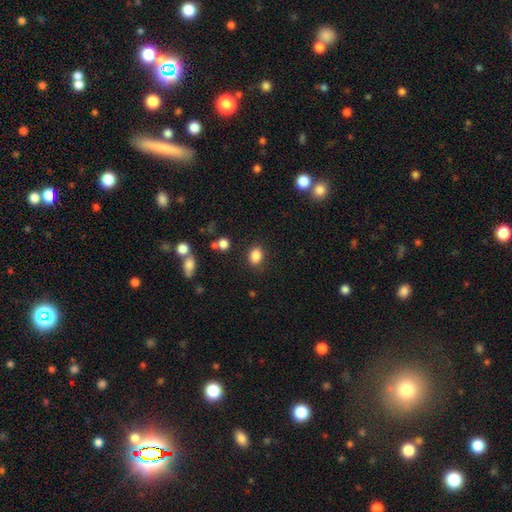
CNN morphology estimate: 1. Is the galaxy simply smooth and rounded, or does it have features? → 86% smooth, 10% star or artifact, 4% featured or disk.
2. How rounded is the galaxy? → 64% in between, 34% round, 1% cigar-shaped.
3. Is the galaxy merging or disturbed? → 84% none, 10% minor disturbance, 3% major disturbance, 3% merger.